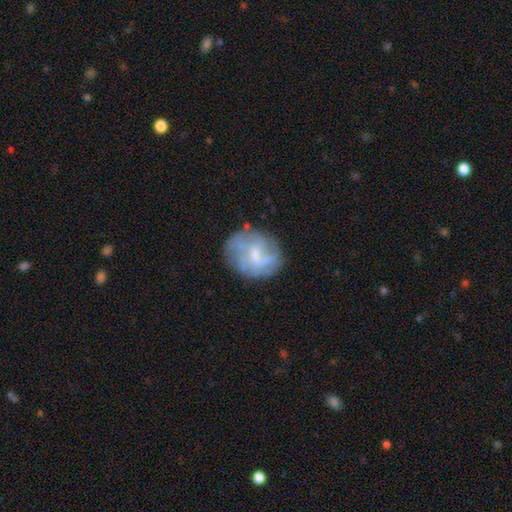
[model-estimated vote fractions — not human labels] featured or disk 62%, smooth 29%, star or artifact 8%. Down the decision tree: edge-on disk — no (97%); bar — weak (54%); spiral arms — yes (64%); bulge size — small (48%); merging — none (66%).